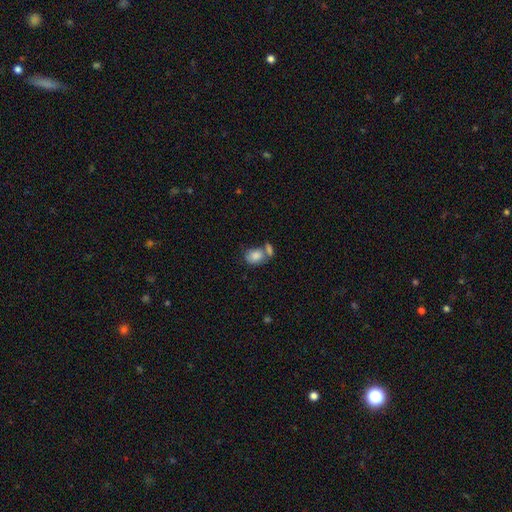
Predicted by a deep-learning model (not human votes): Overall: smooth (82%). How rounded: in between (64%; round 35%). Merging: merger (44%; none 36%).